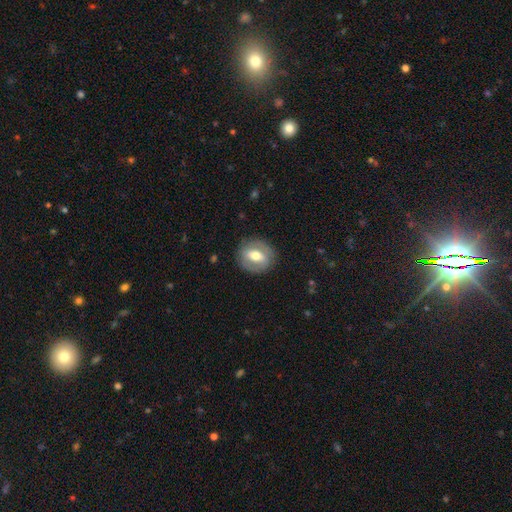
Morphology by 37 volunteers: This appears to be a smooth galaxy with no disk features (59%) that is round (77%). Merging: none (86%).